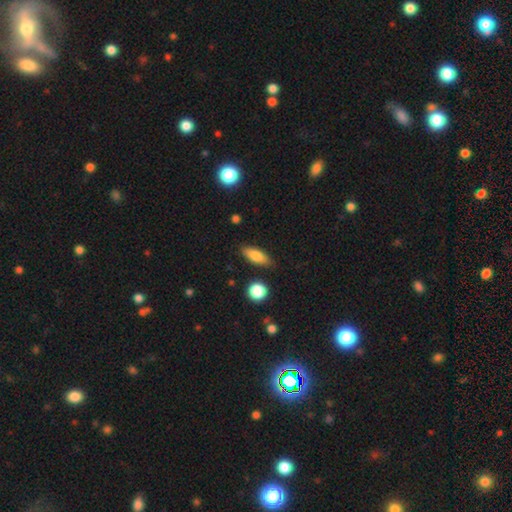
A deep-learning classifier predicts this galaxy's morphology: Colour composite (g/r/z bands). It shows a smooth galaxy with no disk features (79%) that is in between round and cigar-shaped (69%). Merging: none (83%).